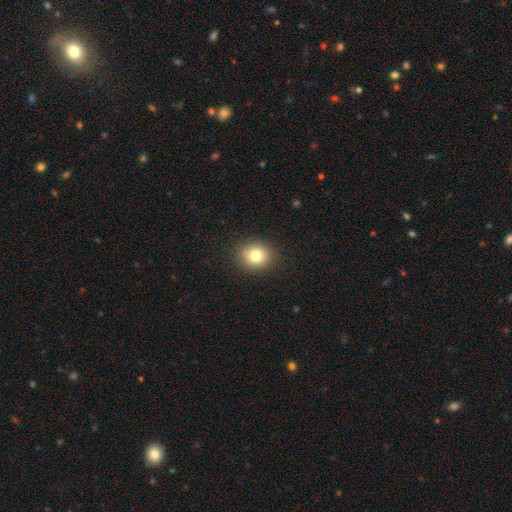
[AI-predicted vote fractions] Smooth or featured?
  - smooth: 79% *
  - star or artifact: 11%
  - featured or disk: 10%
How rounded?
  - round: 77% *
  - in between: 22%
  - cigar-shaped: 1%
Merging?
  - none: 89% *
  - minor disturbance: 7%
  - major disturbance: 2%
  - merger: 1%